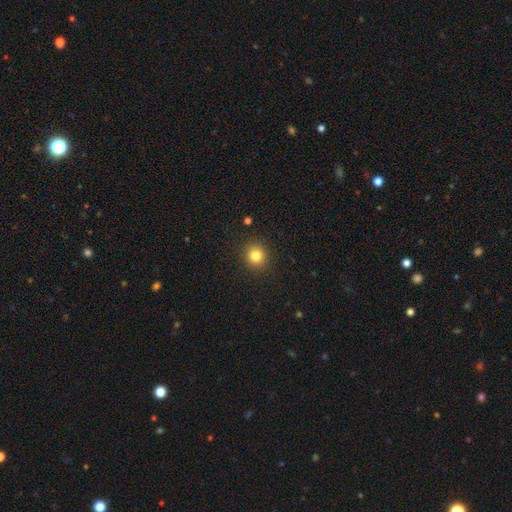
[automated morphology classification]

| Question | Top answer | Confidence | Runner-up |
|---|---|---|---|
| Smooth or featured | smooth | 83% | star or artifact (12%) |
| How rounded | round | 90% | in between (9%) |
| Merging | none | 91% | minor disturbance (6%) |